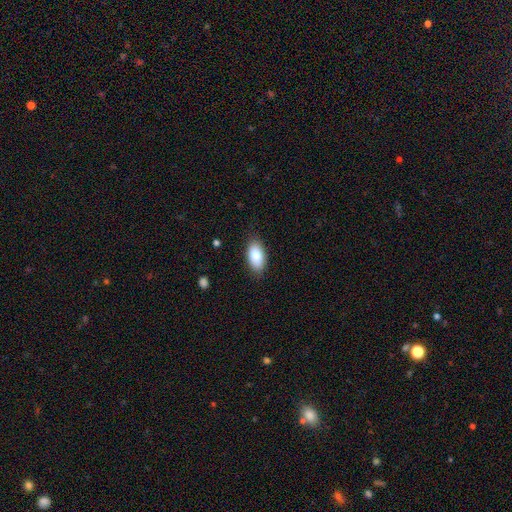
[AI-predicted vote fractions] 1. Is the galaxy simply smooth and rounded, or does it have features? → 84% smooth, 9% featured or disk, 6% star or artifact.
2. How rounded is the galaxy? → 92% in between, 5% cigar-shaped, 3% round.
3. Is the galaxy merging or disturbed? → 85% none, 11% minor disturbance, 3% major disturbance, 1% merger.